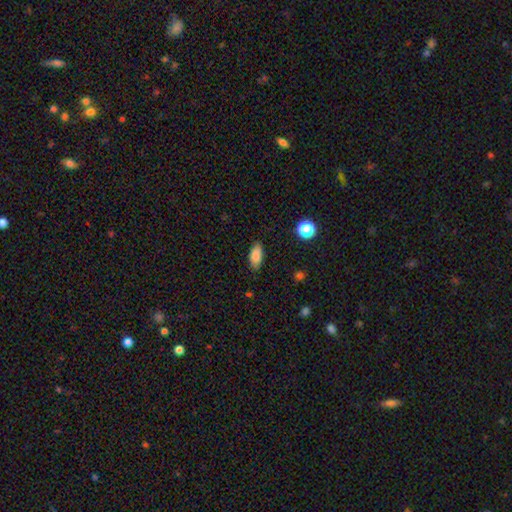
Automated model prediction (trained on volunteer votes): The model was most divided on "merging": none: 84%, minor disturbance: 12%, major disturbance: 3%, merger: 1%. More confident: how rounded — in between (86%); smooth or featured — smooth (84%).